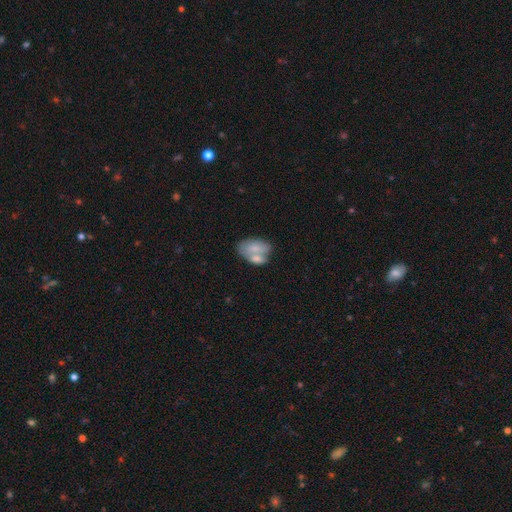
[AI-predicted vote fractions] smooth_or_featured: smooth (p=0.71) [alt: featured or disk p=0.23]
how_rounded: in between (p=0.90) [alt: round p=0.09]
merging: merger (p=0.52) [alt: none p=0.27]